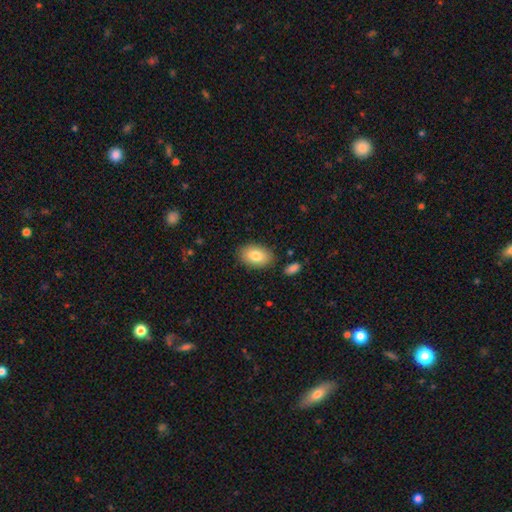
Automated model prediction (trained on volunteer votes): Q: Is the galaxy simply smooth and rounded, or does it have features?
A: smooth — 82%.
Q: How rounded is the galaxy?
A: in between — 91%.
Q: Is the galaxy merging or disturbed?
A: none — 86%.